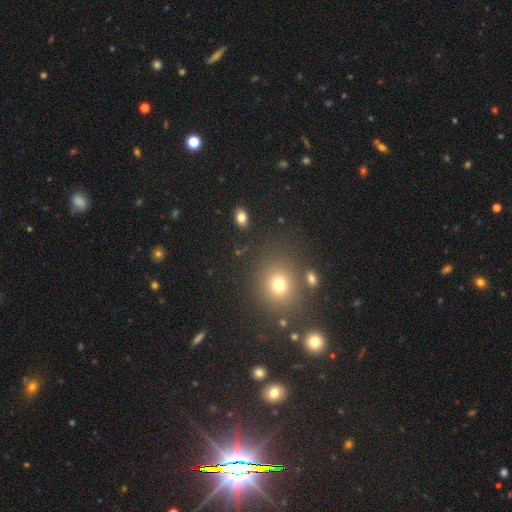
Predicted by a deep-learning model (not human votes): Smooth or featured? star or artifact (51%)